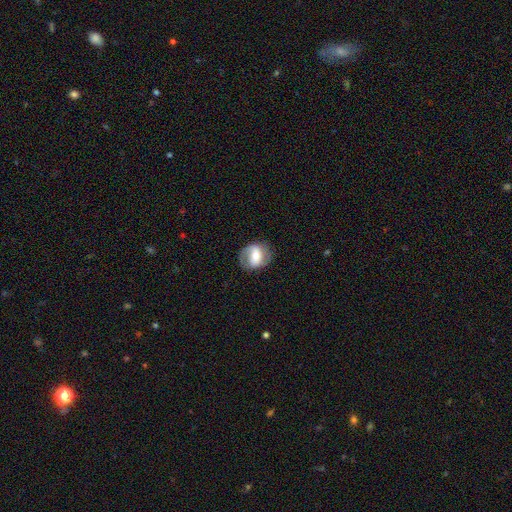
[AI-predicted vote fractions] Smooth or featured: featured or disk — 59% (smooth — 34%)
Edge-on disk: no — 96% (yes — 4%)
Bar: strong — 40% (weak — 37%)
Spiral arms: yes — 74% (no — 26%)
Bulge size: moderate — 55% (small — 25%)
Merging: none — 76% (minor disturbance — 15%)